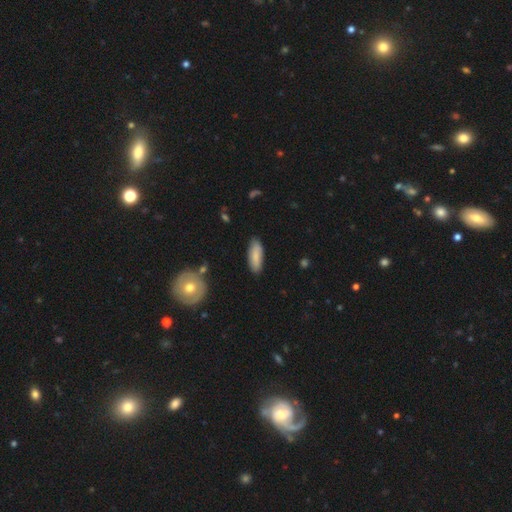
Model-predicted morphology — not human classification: Smooth or featured: smooth — 81% (featured or disk — 13%)
How rounded: in between — 67% (cigar-shaped — 32%)
Merging: none — 84% (minor disturbance — 12%)